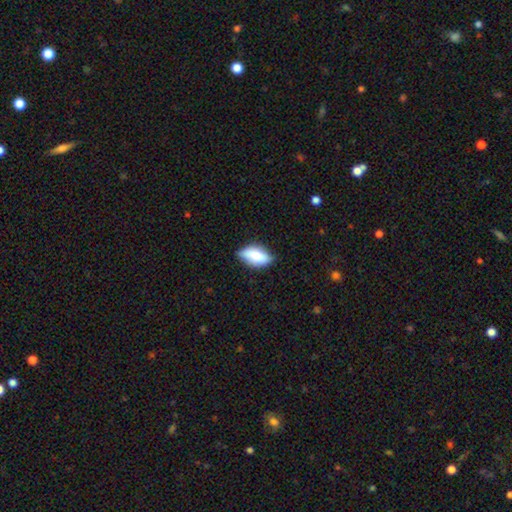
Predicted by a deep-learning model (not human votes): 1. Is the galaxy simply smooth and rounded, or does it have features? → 72% smooth, 21% featured or disk, 7% star or artifact.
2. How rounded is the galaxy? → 89% in between, 7% cigar-shaped, 4% round.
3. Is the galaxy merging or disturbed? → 72% none, 23% minor disturbance, 4% major disturbance, 1% merger.